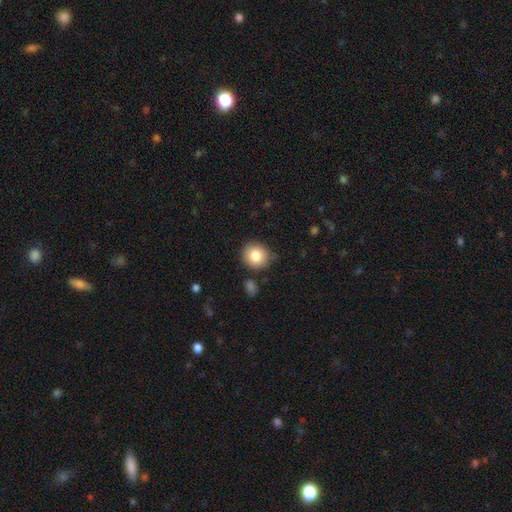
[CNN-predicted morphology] The model was most divided on "how rounded": round: 82%, in between: 17%, cigar-shaped: 1%. More confident: smooth or featured — smooth (83%); merging — none (80%).